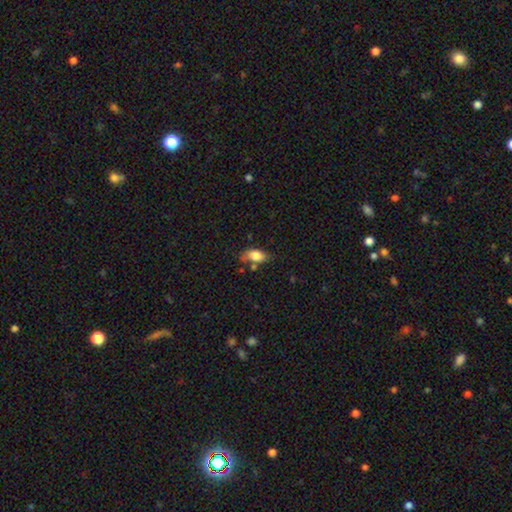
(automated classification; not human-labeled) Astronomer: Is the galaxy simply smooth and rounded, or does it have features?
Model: smooth — 79%.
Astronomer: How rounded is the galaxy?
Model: in between — 88%.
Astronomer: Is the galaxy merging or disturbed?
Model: none — 56%.